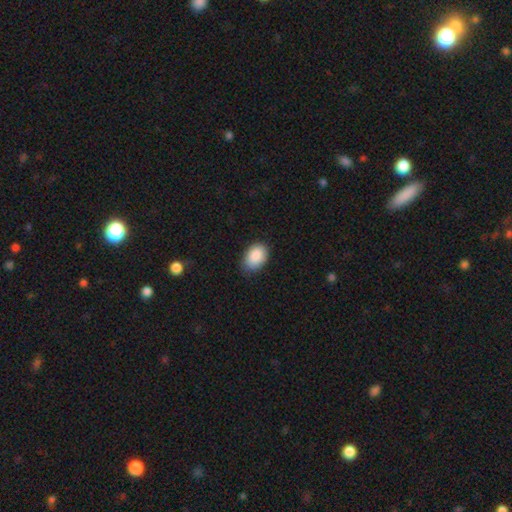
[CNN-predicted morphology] smooth_or_featured: smooth (p=0.89) [alt: star or artifact p=0.07]
how_rounded: in between (p=0.87) [alt: round p=0.11]
merging: none (p=0.78) [alt: minor disturbance p=0.18]